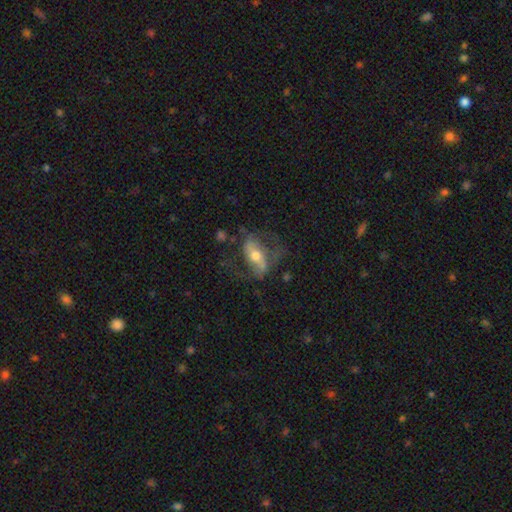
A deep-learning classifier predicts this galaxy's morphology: Smooth or featured? featured or disk (65%)
Edge-on disk? no (82%)
Bar? strong (45%)
Spiral arms? yes (63%)
Bulge size? moderate (67%)
Merging? none (52%)